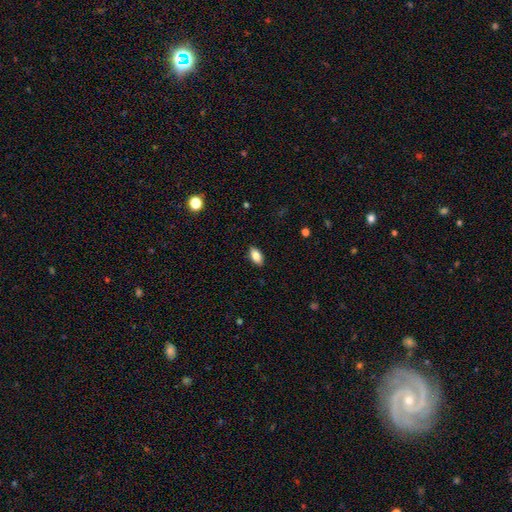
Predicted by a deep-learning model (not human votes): Morphology: type=smooth (83%); roundness=in between (92%); merging=none (89%).